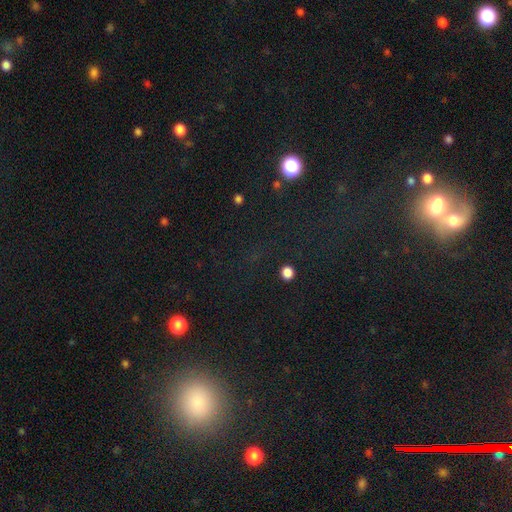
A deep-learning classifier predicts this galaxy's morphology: type=star or artifact (59%).